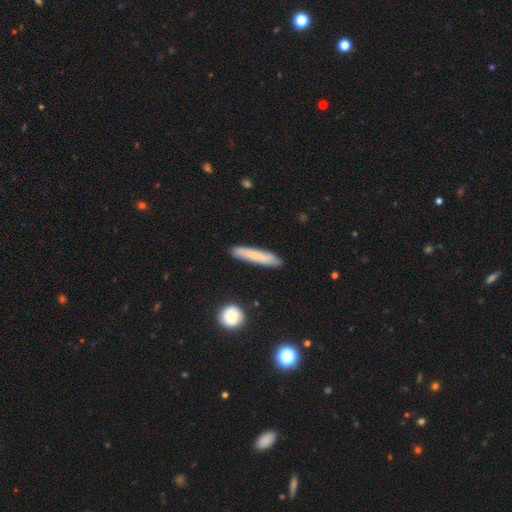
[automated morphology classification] Smooth or featured: smooth — 70% (featured or disk — 23%)
How rounded: cigar-shaped — 91% (in between — 7%)
Merging: none — 86% (minor disturbance — 10%)